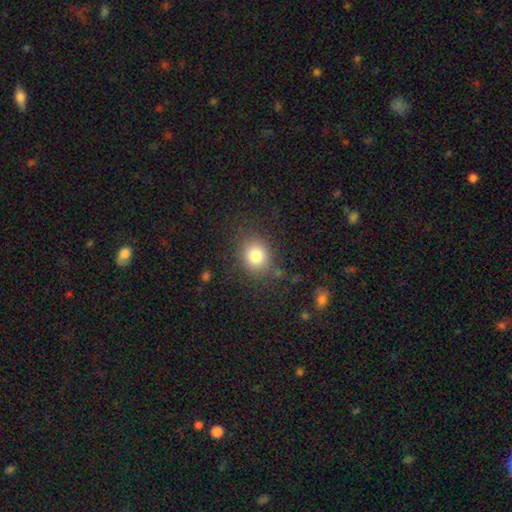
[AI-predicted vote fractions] A smooth galaxy with no disk features (80%) that is round (67%).

Vote fractions:
- Smooth or featured? smooth: 80% / star or artifact: 12% / featured or disk: 8%
- How rounded? round: 67% / in between: 32% / cigar-shaped: 1%
- Merging? none: 82% / minor disturbance: 11% / major disturbance: 5% / merger: 2%